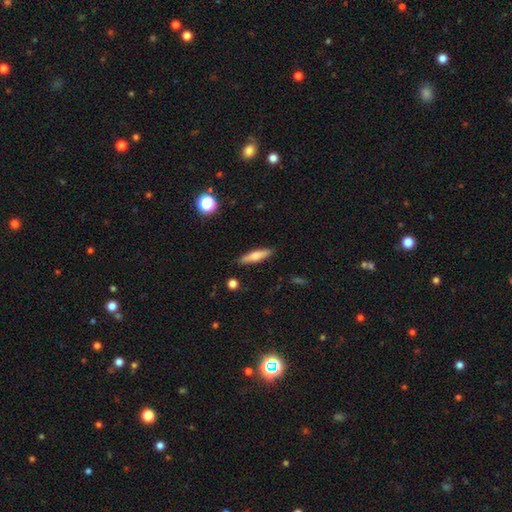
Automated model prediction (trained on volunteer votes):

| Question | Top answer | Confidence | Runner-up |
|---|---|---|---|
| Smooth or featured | smooth | 64% | featured or disk (29%) |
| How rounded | cigar-shaped | 77% | in between (20%) |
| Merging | none | 89% | minor disturbance (8%) |